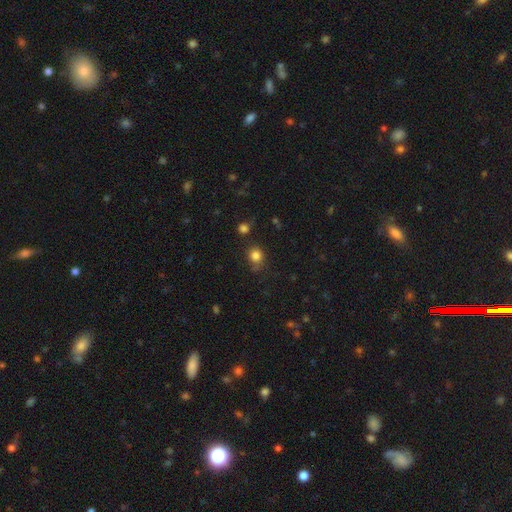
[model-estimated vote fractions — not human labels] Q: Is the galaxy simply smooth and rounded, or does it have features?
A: smooth — 82%.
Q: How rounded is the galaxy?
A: round — 82%.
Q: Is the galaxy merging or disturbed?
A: none — 75%.